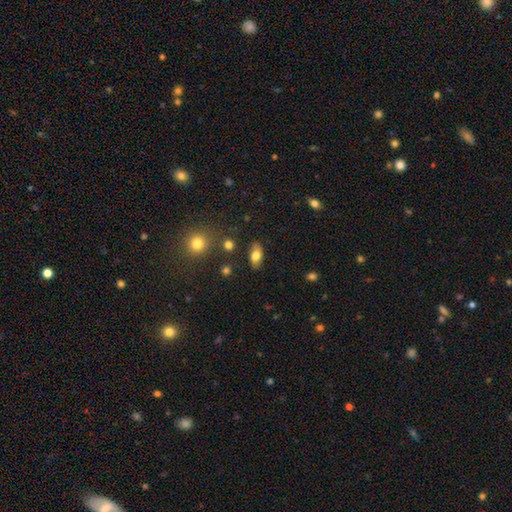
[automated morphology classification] smooth-or-featured: smooth: 75% | featured or disk: 17% | star or artifact: 7%
  how-rounded: in between: 88% | cigar-shaped: 7% | round: 5%
  merging: none: 84% | minor disturbance: 11% | major disturbance: 3% | merger: 3%